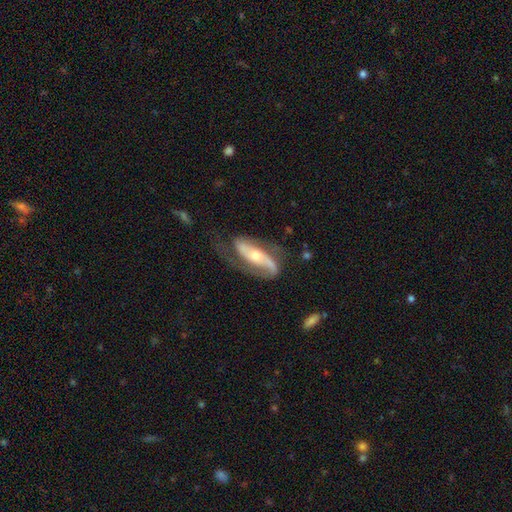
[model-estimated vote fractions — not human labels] Smooth or featured? Predicted: featured or disk (p=0.81). Edge-on disk? Predicted: no (p=0.88). Bar? Predicted: no (p=0.40). Spiral arms? Predicted: yes (p=0.93). Spiral winding? Predicted: loose (p=0.43). Spiral arm count? Predicted: 2 (p=0.78). Bulge size? Predicted: moderate (p=0.51). Merging? Predicted: none (p=0.55).